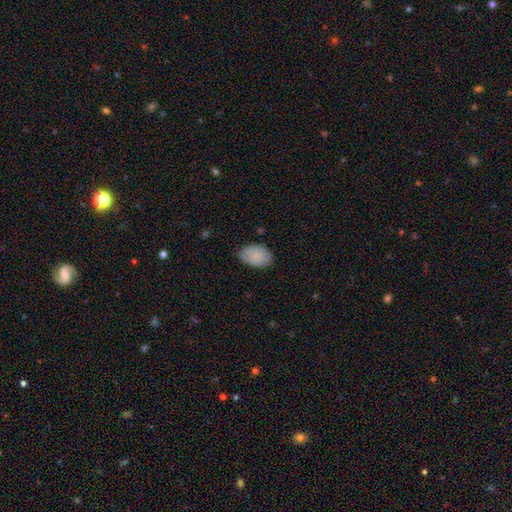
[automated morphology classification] Q: Smooth or featured?
A: smooth (88%); runner-up: star or artifact (6%)
Q: How rounded?
A: in between (90%); runner-up: round (9%)
Q: Merging?
A: none (78%); runner-up: minor disturbance (18%)